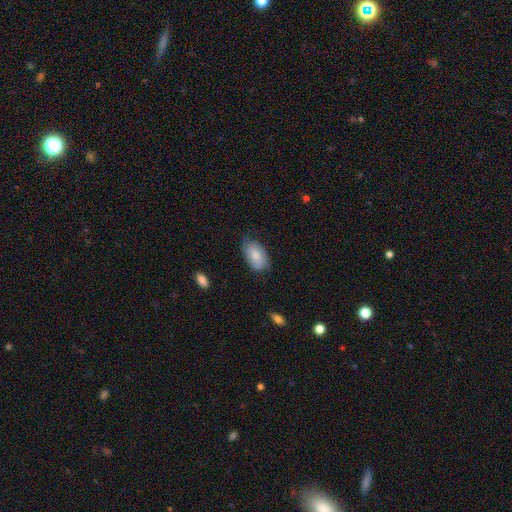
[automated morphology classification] smooth 74%, featured or disk 19%, star or artifact 6%. Down the decision tree: how rounded — in between (93%); merging — none (62%).